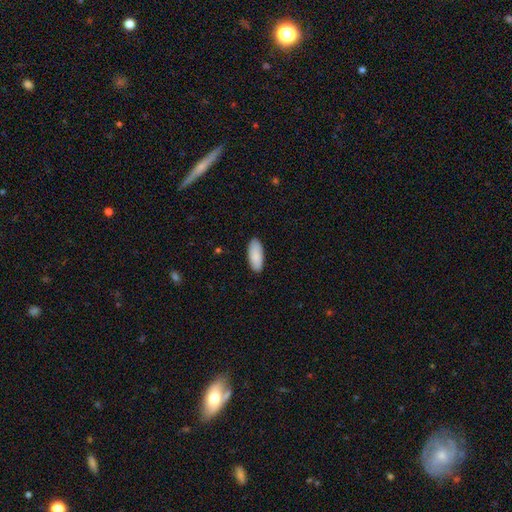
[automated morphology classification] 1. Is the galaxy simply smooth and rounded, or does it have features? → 89% smooth, 5% star or artifact, 5% featured or disk.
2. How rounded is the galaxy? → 86% in between, 12% cigar-shaped, 2% round.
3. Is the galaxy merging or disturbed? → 88% none, 9% minor disturbance, 2% major disturbance, 1% merger.